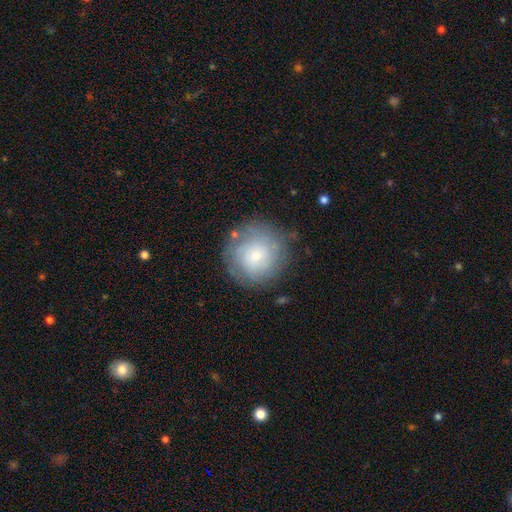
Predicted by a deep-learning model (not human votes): Smooth or featured? Predicted: smooth (p=0.54). How rounded? Predicted: round (p=0.93). Merging? Predicted: none (p=0.77).